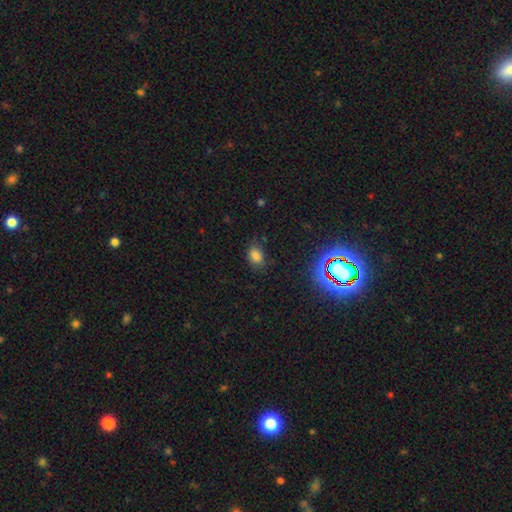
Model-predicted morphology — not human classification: Smooth or featured?
  - smooth: 77% *
  - star or artifact: 17%
  - featured or disk: 6%
How rounded?
  - in between: 77% *
  - round: 21%
  - cigar-shaped: 2%
Merging?
  - none: 71% *
  - minor disturbance: 21%
  - major disturbance: 6%
  - merger: 2%